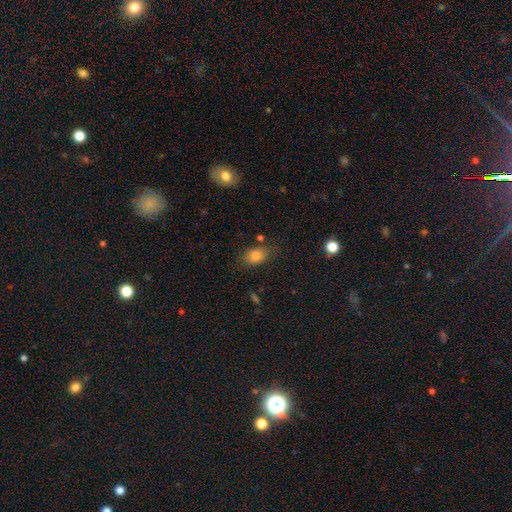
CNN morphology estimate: type=smooth (81%); roundness=in between (84%); merging=none (73%).